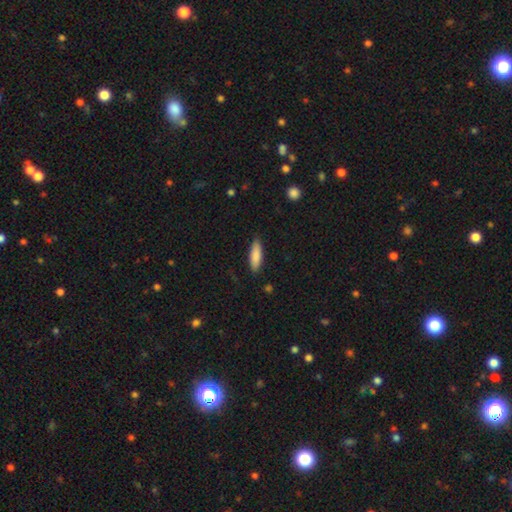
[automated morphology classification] type=smooth (86%); roundness=cigar-shaped (53%); merging=none (87%).